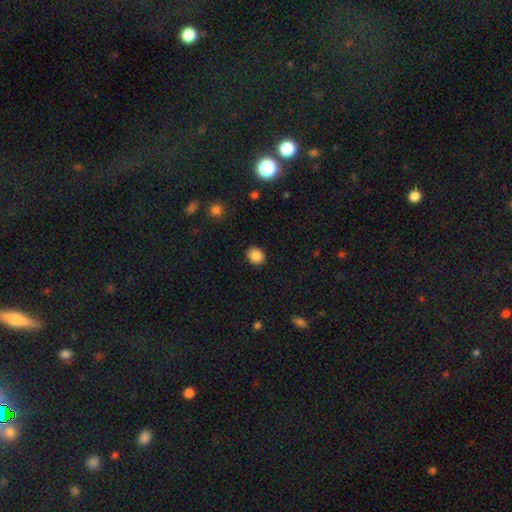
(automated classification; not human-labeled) A smooth galaxy with no disk features (87%) that is round (64%).

Vote fractions:
- Smooth or featured? smooth: 87% / star or artifact: 9% / featured or disk: 4%
- How rounded? round: 64% / in between: 35% / cigar-shaped: 1%
- Merging? none: 90% / minor disturbance: 7% / major disturbance: 2% / merger: 1%